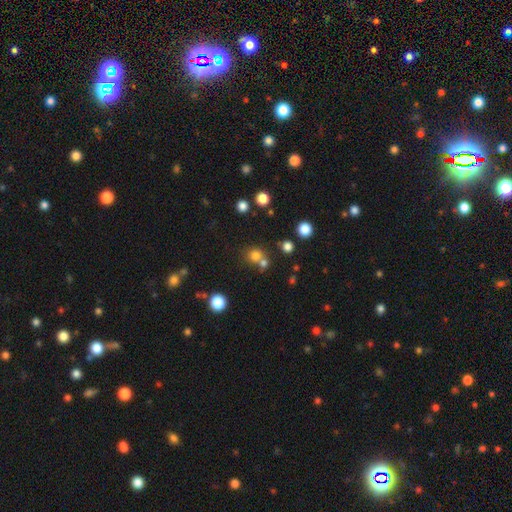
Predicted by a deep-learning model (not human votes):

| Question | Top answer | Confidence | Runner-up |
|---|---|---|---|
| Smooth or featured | smooth | 73% | star or artifact (18%) |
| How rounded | round | 88% | in between (11%) |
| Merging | none | 55% | merger (35%) |